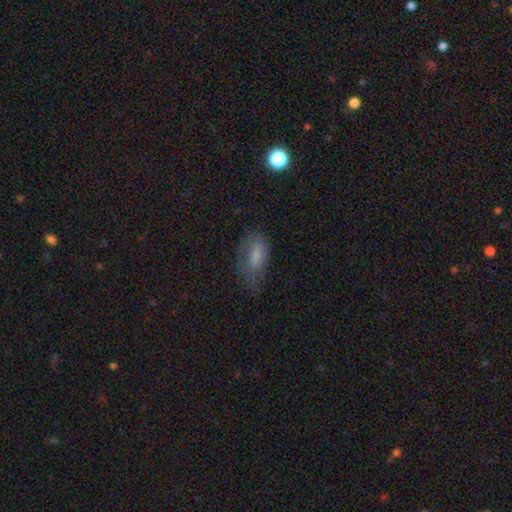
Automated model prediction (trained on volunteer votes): Overall: smooth (66%). How rounded: in between (84%). Merging: none (48%; minor disturbance 30%).